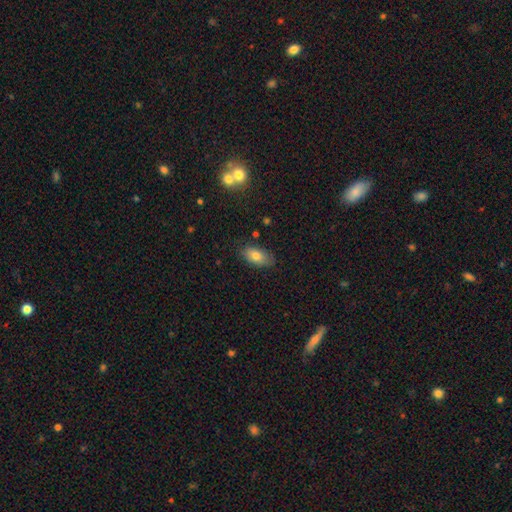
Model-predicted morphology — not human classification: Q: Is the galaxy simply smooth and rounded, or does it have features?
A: smooth — 78%.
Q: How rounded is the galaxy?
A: in between — 90%.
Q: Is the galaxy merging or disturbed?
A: none — 79%.